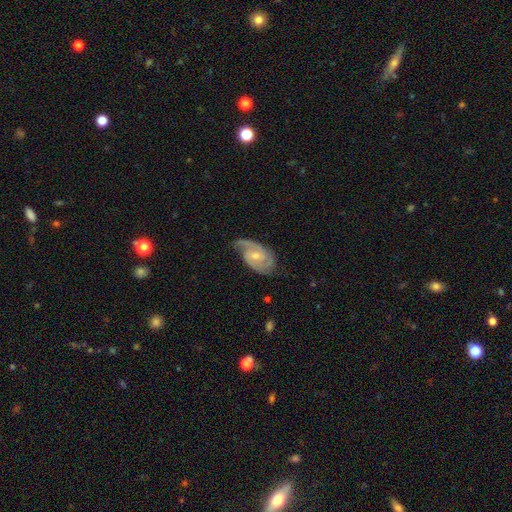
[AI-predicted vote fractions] A featured or disk galaxy (87%) with no bar (49%), 2 (74%) medium (46%) spiral arms (97%) and a small central bulge (52%). Merging: none (65%).